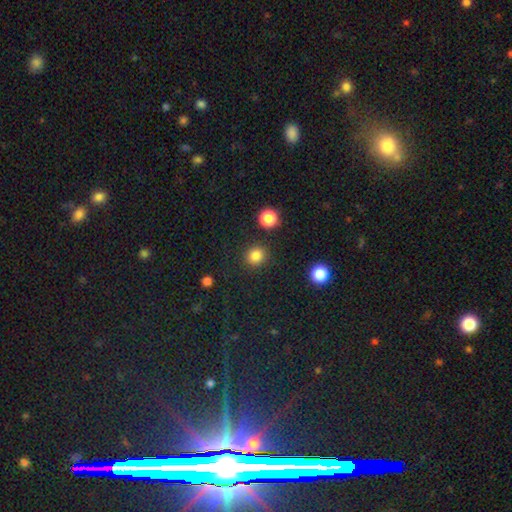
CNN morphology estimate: Overall: smooth (84%). How rounded: round (90%). Merging: none (89%).